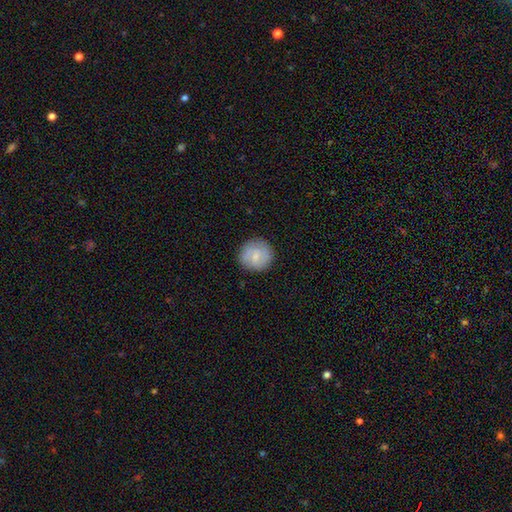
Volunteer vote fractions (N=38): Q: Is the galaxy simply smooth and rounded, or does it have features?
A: smooth — 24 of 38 (63%).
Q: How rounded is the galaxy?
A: round — 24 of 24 (100%).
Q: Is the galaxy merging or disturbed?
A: none — 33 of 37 (89%).